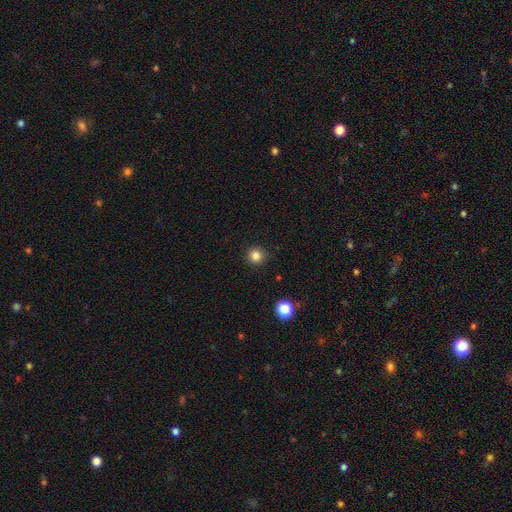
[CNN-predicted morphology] This appears to be a smooth galaxy with no disk features (83%) that is round (93%). Merging: none (90%).